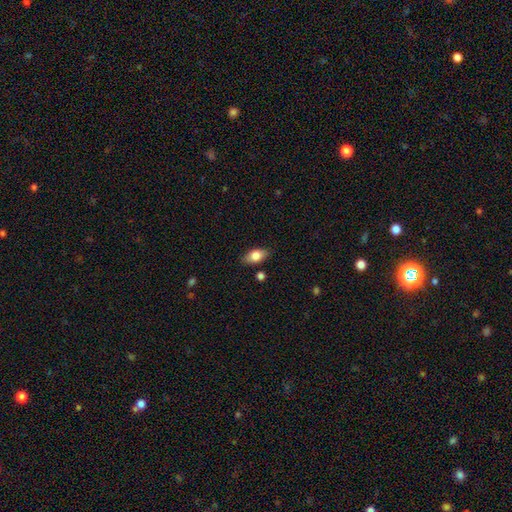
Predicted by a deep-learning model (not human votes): smooth 78%, featured or disk 15%, star or artifact 7%. Down the decision tree: how rounded — in between (88%); merging — none (84%).